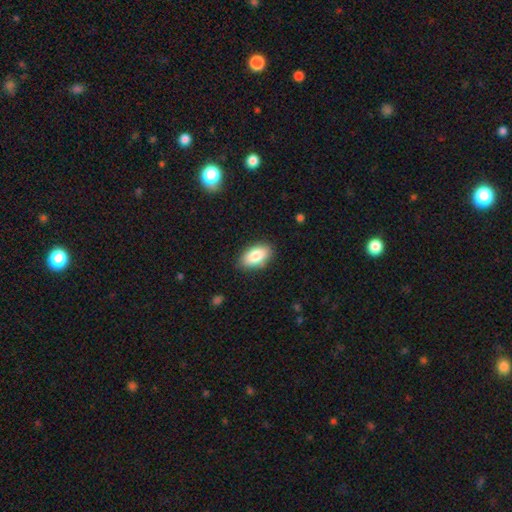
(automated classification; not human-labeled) Smooth or featured?
  - smooth: 84% *
  - featured or disk: 9%
  - star or artifact: 7%
How rounded?
  - in between: 93% *
  - round: 5%
  - cigar-shaped: 2%
Merging?
  - none: 85% *
  - minor disturbance: 11%
  - major disturbance: 2%
  - merger: 1%